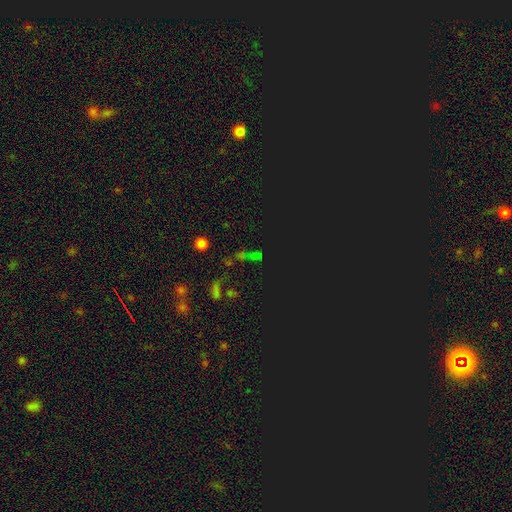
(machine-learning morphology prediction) Smooth or featured? star or artifact (66%)